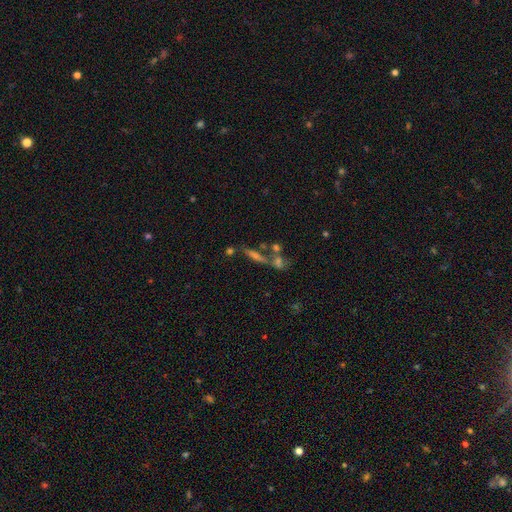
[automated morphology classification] A featured or disk galaxy (41%).

Vote fractions:
- Smooth or featured? featured or disk: 41% / smooth: 33% / star or artifact: 26%
- Merging? none: 48% / merger: 31% / minor disturbance: 11% / major disturbance: 9%